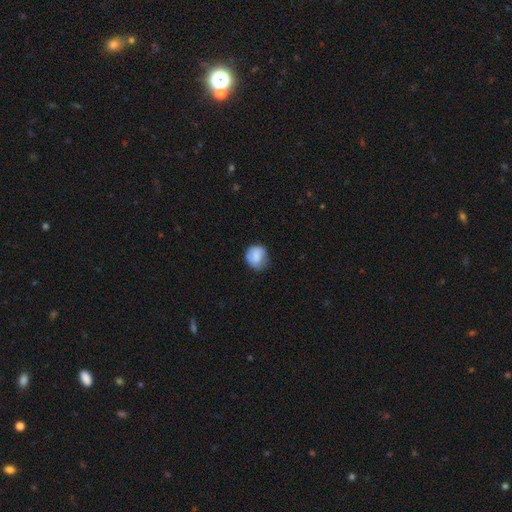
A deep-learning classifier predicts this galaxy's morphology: This is likely a smooth galaxy (78%). How rounded: likely round (79%). Merging: likely none (63%).